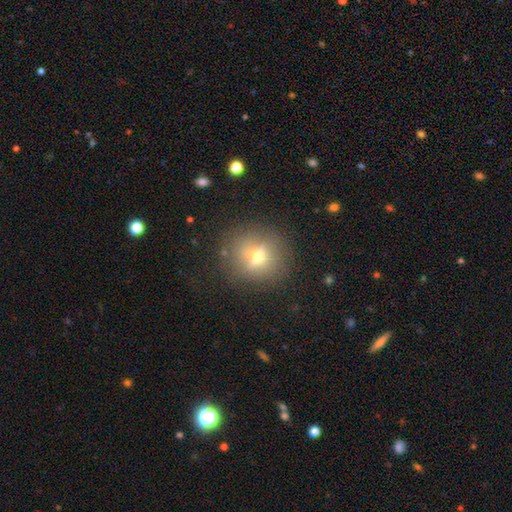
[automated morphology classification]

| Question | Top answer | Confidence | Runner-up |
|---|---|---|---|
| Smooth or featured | smooth | 64% | featured or disk (20%) |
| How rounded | round | 90% | in between (9%) |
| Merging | none | 82% | minor disturbance (11%) |